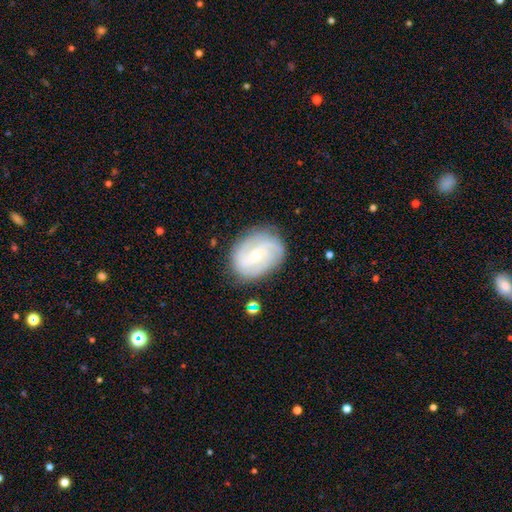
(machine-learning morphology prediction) This appears to be a featured or disk galaxy (81%) with no bar (53%), 3 (27%) tight (58%) spiral arms (95%) and a small central bulge (65%). Merging: none (79%).